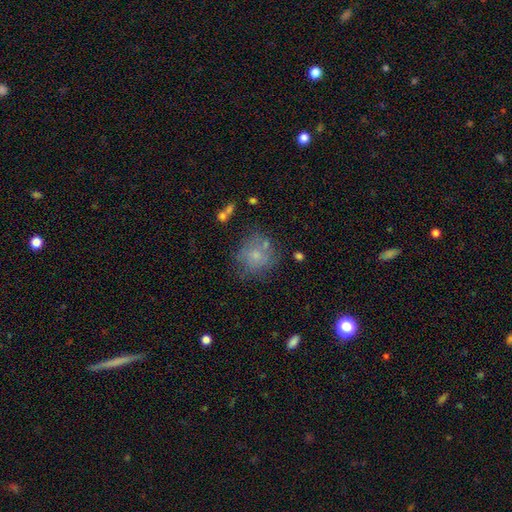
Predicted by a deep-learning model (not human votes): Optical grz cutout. It shows a smooth galaxy with no disk features (60%) that is round (84%). Merging: none (62%).